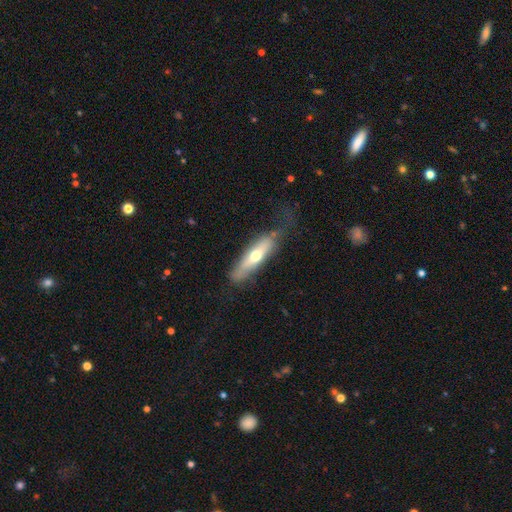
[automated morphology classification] A smooth galaxy with no disk features (52%) that is cigar-shaped (66%).

Vote fractions:
- Smooth or featured? smooth: 52% / featured or disk: 43% / star or artifact: 6%
- How rounded? cigar-shaped: 66% / in between: 32% / round: 2%
- Merging? none: 56% / minor disturbance: 27% / major disturbance: 14% / merger: 3%